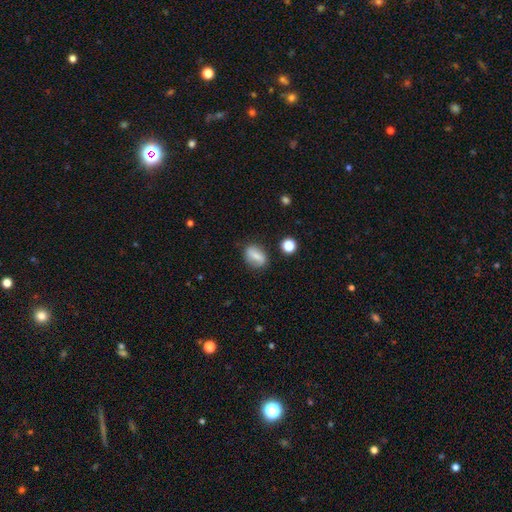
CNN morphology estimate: Overall: smooth (60%; featured or disk 31%). How rounded: in between (67%; round 29%). Merging: none (77%).